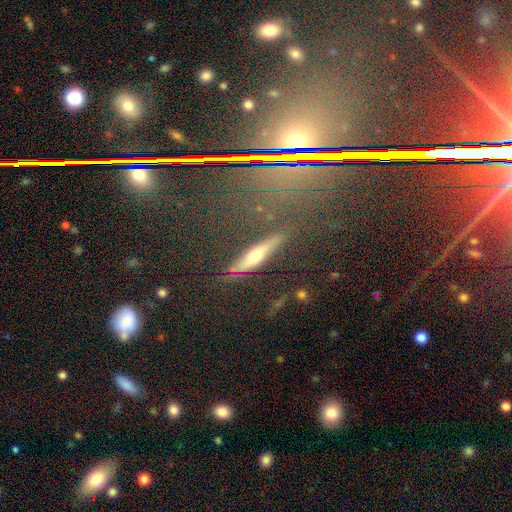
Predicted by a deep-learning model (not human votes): The model was most divided on "smooth or featured": featured or disk: 47%, smooth: 37%, star or artifact: 16%. More confident: merging — none (76%).